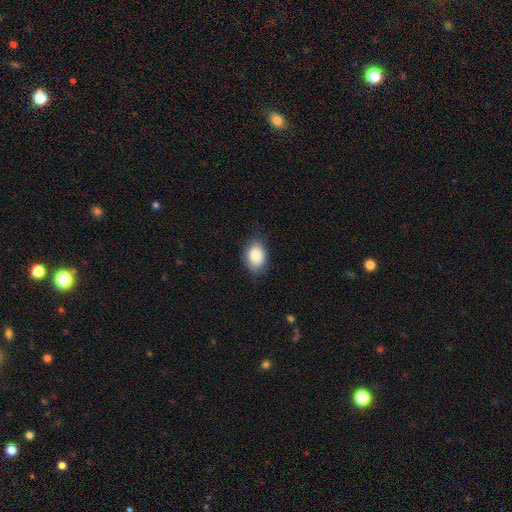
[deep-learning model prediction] smooth 88%, star or artifact 7%, featured or disk 6%. Down the decision tree: how rounded — in between (82%); merging — none (81%).